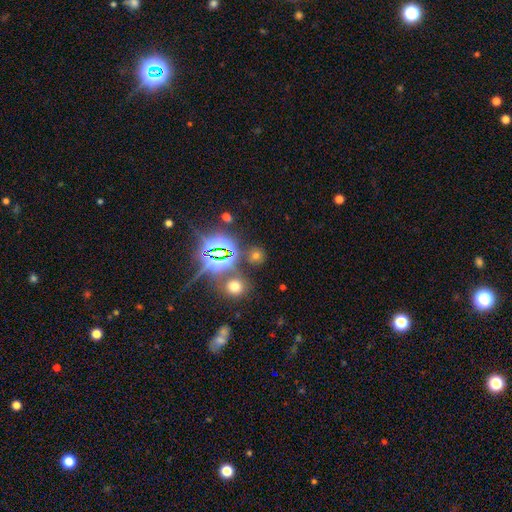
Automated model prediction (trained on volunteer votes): This appears to be a smooth galaxy with no disk features (50%). Merging: none (81%).